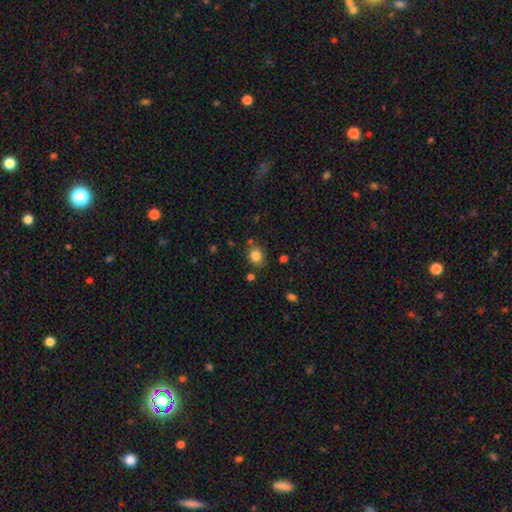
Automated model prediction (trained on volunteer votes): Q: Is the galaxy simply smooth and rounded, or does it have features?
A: smooth — 83%.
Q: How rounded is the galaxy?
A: round — 70%.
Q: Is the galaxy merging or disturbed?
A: none — 77%.